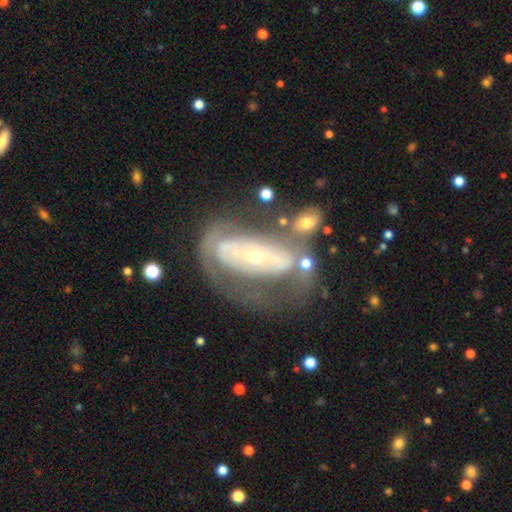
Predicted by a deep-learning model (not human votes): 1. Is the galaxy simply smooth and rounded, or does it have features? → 77% featured or disk, 17% smooth, 6% star or artifact.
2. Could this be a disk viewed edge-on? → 90% no, 10% yes.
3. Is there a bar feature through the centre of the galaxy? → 51% no, 27% strong, 22% weak.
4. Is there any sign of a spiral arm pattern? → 56% yes, 44% no.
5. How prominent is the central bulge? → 65% small, 31% moderate, 2% large, 1% dominant, 1% none.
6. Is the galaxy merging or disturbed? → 43% none, 27% major disturbance, 19% minor disturbance, 11% merger.